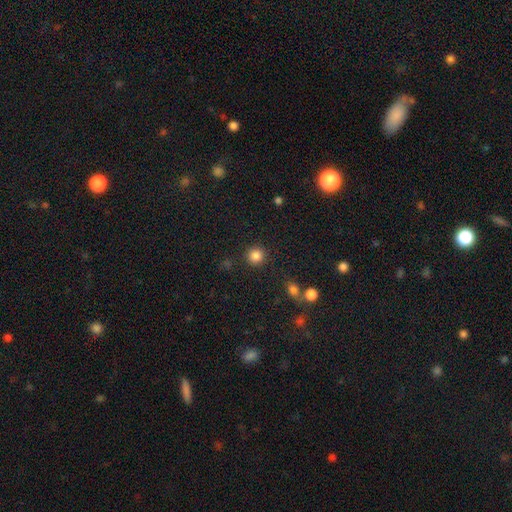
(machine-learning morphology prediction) A smooth galaxy with no disk features (85%) that is round (93%).

Vote fractions:
- Smooth or featured? smooth: 85% / star or artifact: 11% / featured or disk: 4%
- How rounded? round: 93% / in between: 6% / cigar-shaped: 1%
- Merging? none: 90% / minor disturbance: 6% / major disturbance: 2% / merger: 2%